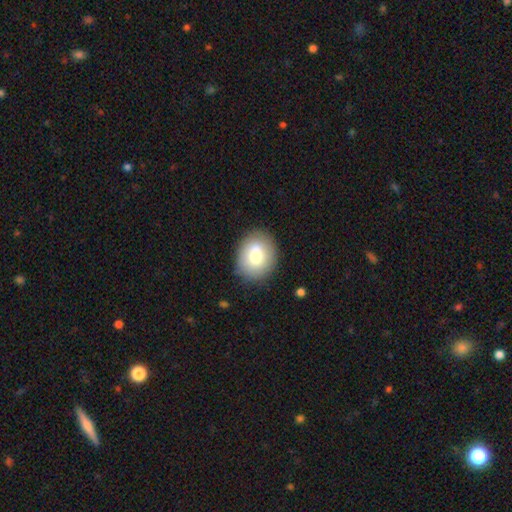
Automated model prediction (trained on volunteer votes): smooth-or-featured: smooth: 74% | featured or disk: 17% | star or artifact: 8%
  how-rounded: round: 54% | in between: 45% | cigar-shaped: 1%
  merging: none: 82% | minor disturbance: 12% | major disturbance: 3% | merger: 2%